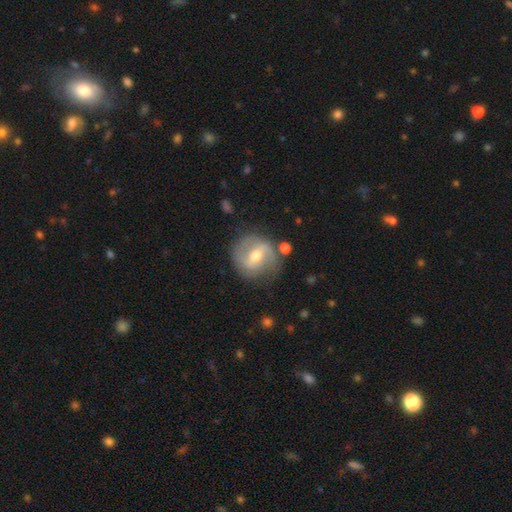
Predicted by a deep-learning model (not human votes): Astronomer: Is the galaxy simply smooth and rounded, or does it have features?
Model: featured or disk — 72%.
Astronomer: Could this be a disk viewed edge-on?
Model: no — 96%.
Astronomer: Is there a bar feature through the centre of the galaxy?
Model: weak — 44% (runner-up: strong, 39%).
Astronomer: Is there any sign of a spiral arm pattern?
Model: yes — 82%.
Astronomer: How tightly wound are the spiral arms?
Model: medium — 46% (runner-up: loose, 29%).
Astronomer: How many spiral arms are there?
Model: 2 — 84%.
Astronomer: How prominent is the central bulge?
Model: moderate — 69%.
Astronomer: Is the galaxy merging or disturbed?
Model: none — 75%.